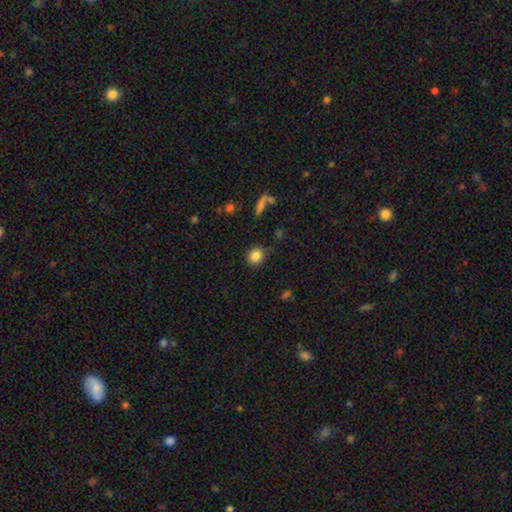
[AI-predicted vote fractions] Smooth or featured? smooth (84%)
How rounded? round (81%)
Merging? none (82%)